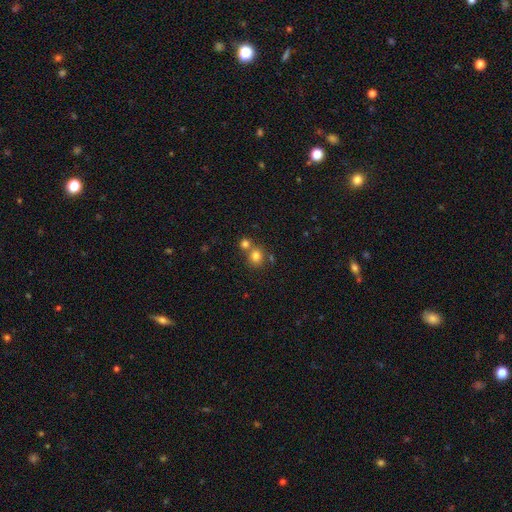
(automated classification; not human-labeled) Smooth or featured? Predicted: smooth (p=0.79). How rounded? Predicted: round (p=0.82). Merging? Predicted: none (p=0.54).